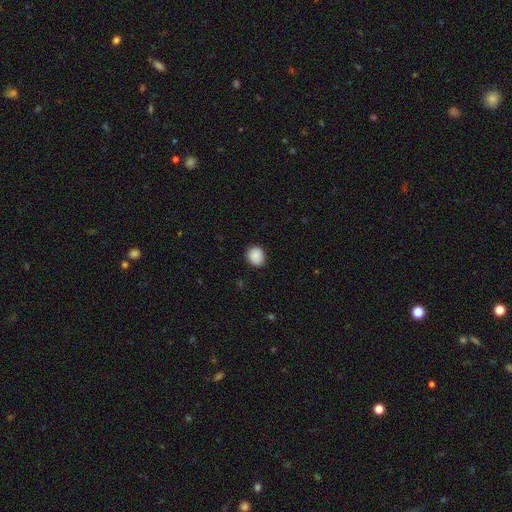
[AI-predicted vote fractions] Overall: smooth (89%). How rounded: round (75%). Merging: none (87%).